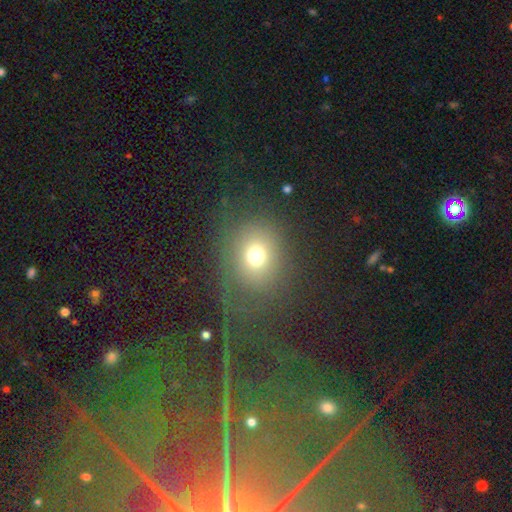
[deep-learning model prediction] A star or artifact, not a galaxy (43%).

Vote fractions:
- Smooth or featured? star or artifact: 43% / smooth: 42% / featured or disk: 15%